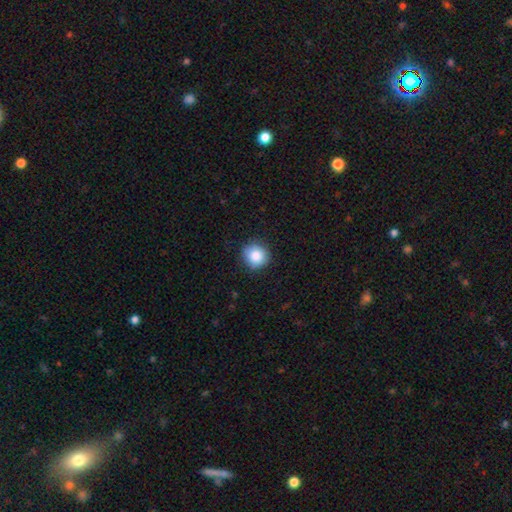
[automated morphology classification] Overall: smooth (86%). How rounded: round (92%). Merging: none (85%).